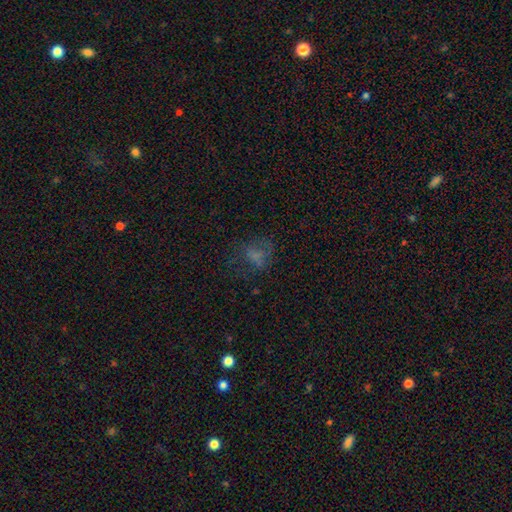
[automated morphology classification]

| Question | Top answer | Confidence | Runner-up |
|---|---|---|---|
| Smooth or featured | smooth | 52% | star or artifact (24%) |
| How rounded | round | 52% | in between (46%) |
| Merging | none | 49% | major disturbance (27%) |